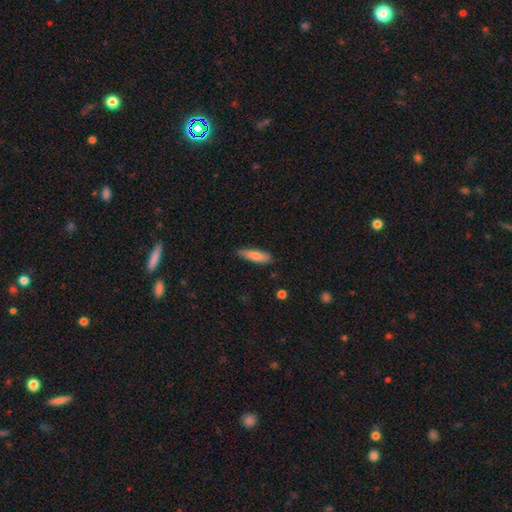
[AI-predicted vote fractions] The model was most divided on "how rounded": cigar-shaped: 64%, in between: 34%, round: 2%. More confident: smooth or featured — smooth (81%); merging — none (78%).